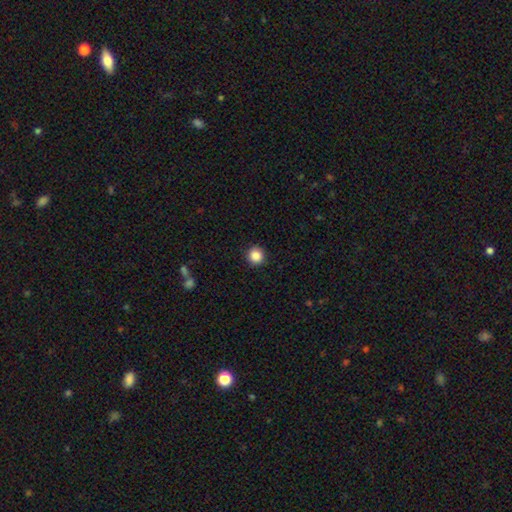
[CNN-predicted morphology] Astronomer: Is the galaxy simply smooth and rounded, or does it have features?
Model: smooth — 87%.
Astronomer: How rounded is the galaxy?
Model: round — 94%.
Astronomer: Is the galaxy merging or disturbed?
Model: none — 92%.